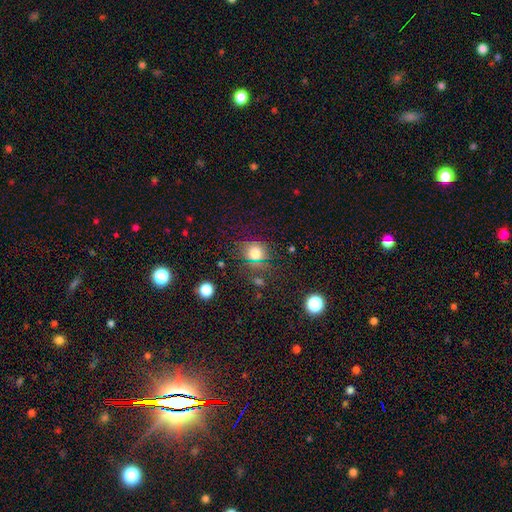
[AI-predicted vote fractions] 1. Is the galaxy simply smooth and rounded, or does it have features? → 63% star or artifact, 30% smooth, 8% featured or disk.